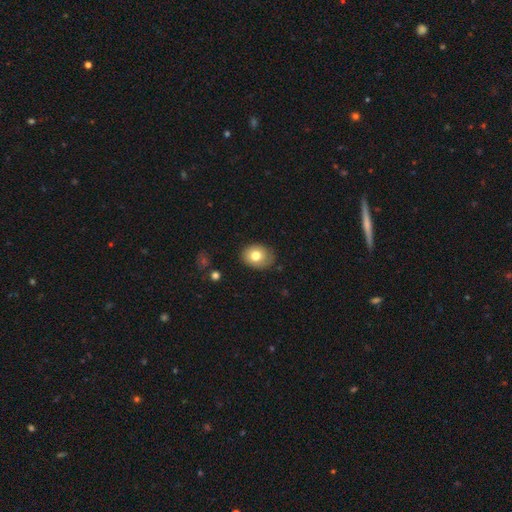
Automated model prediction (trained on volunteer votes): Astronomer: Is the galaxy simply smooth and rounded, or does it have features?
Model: smooth — 76%.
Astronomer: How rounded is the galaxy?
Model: in between — 51% (runner-up: round, 48%).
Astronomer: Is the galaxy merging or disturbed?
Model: none — 80%.